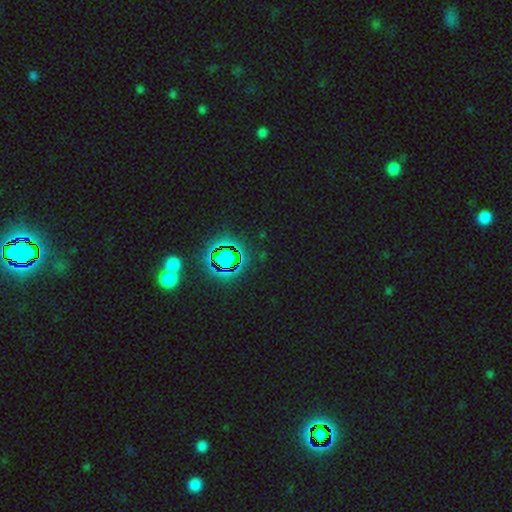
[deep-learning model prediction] Q: Smooth or featured?
A: star or artifact (77%); runner-up: smooth (14%)